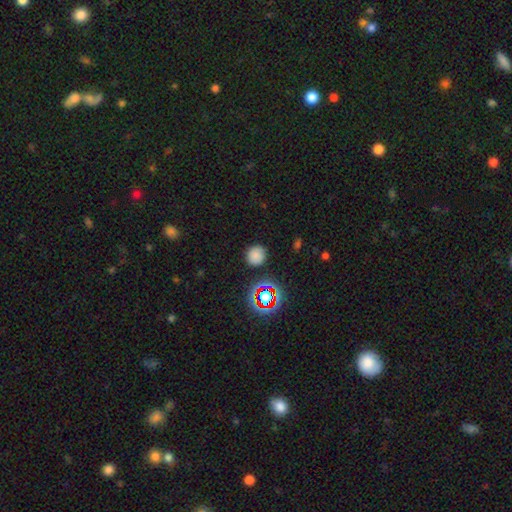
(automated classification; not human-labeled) This appears to be a smooth galaxy with no disk features (74%) that is round (92%). Merging: none (85%).